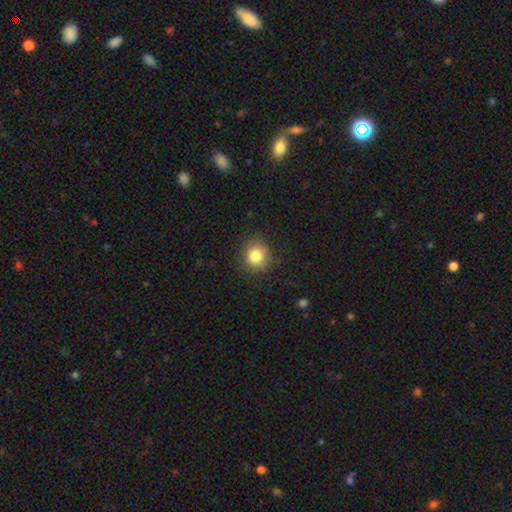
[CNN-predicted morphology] smooth 82%, star or artifact 11%, featured or disk 7%. Down the decision tree: how rounded — round (88%); merging — none (85%).